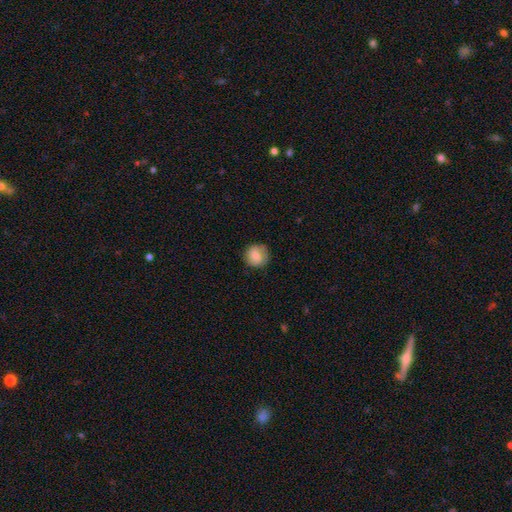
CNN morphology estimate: A smooth galaxy with no disk features (80%) that is round (90%). Merging: none (80%).